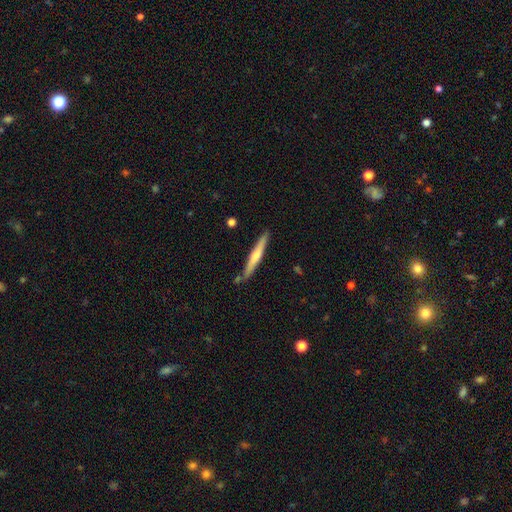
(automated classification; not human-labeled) The model was most divided on "smooth or featured": smooth: 50%, featured or disk: 46%, star or artifact: 5%. More confident: merging — none (82%).